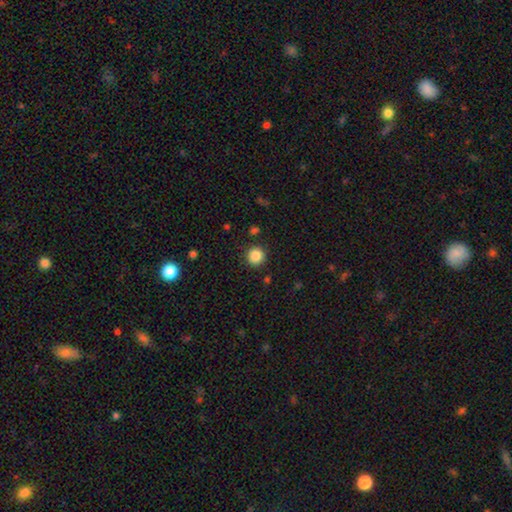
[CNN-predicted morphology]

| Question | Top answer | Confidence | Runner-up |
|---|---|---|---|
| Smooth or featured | smooth | 86% | star or artifact (10%) |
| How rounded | round | 94% | in between (5%) |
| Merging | none | 90% | minor disturbance (6%) |